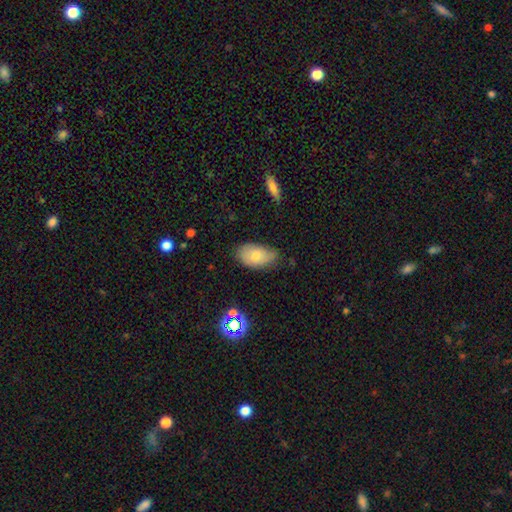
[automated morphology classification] Overall: smooth (73%). How rounded: in between (92%). Merging: none (60%; minor disturbance 33%).